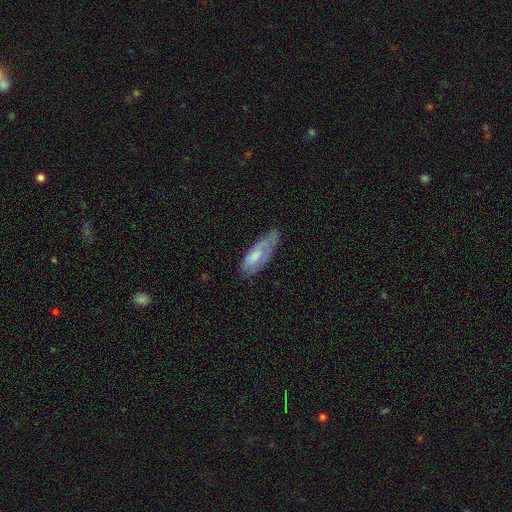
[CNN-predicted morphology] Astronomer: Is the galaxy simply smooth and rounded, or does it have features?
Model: smooth — 60%.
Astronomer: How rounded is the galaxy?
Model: in between — 65%.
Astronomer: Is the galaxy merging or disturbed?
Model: none — 46% (runner-up: minor disturbance, 36%).